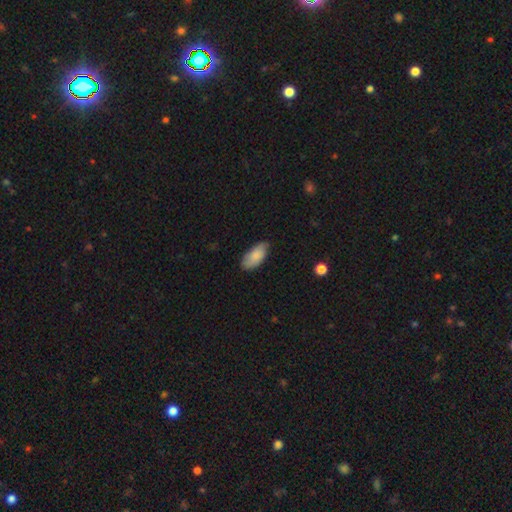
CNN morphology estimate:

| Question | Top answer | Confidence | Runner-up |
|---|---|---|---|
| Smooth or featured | smooth | 82% | featured or disk (12%) |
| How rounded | in between | 92% | cigar-shaped (6%) |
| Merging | none | 69% | minor disturbance (26%) |